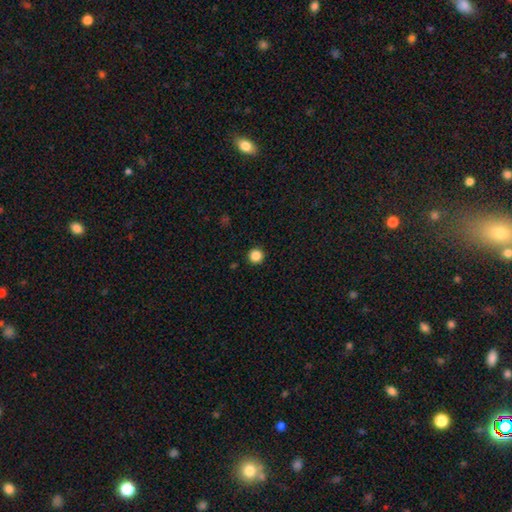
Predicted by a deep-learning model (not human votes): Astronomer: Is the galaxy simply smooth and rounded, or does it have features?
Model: smooth — 86%.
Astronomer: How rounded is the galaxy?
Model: round — 96%.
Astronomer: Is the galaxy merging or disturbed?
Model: none — 93%.